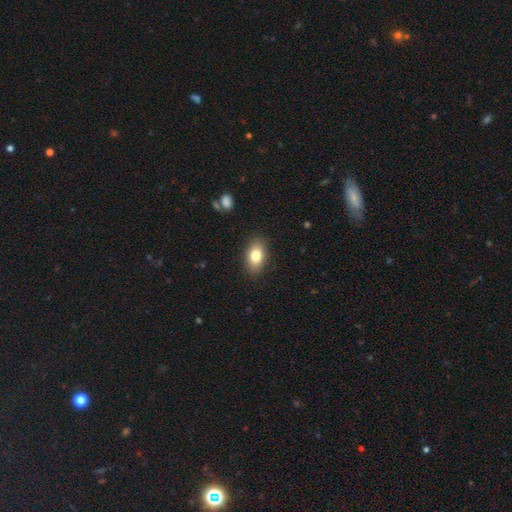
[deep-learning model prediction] smooth_or_featured: smooth (p=0.80) [alt: featured or disk p=0.12]
how_rounded: in between (p=0.88) [alt: round p=0.09]
merging: none (p=0.87) [alt: minor disturbance p=0.10]